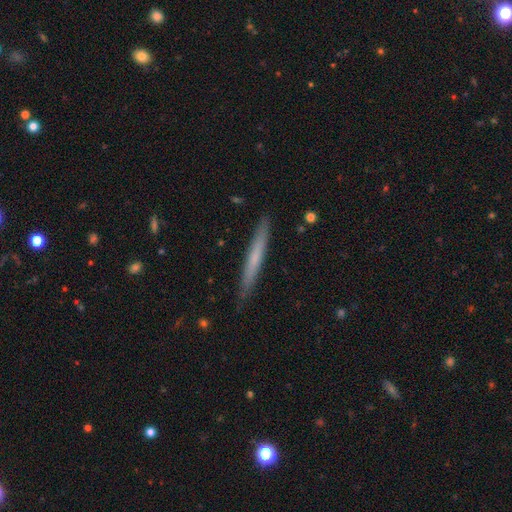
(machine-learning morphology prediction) This appears to be a smooth galaxy with no disk features (57%) that is cigar-shaped (97%). Merging: none (89%).